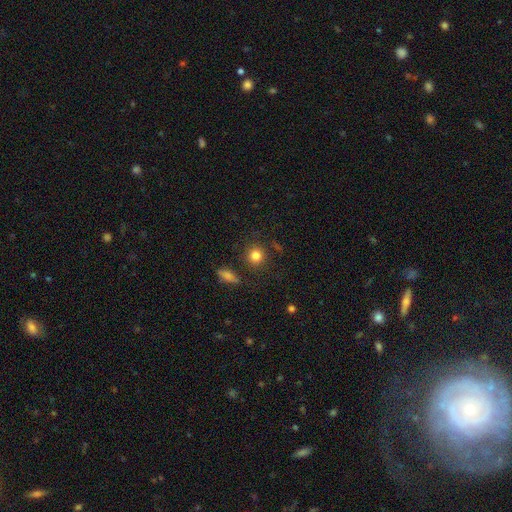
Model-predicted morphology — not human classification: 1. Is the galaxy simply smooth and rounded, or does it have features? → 83% smooth, 11% star or artifact, 7% featured or disk.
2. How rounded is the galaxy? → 87% round, 11% in between, 1% cigar-shaped.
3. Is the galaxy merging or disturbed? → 84% none, 9% minor disturbance, 4% merger, 3% major disturbance.